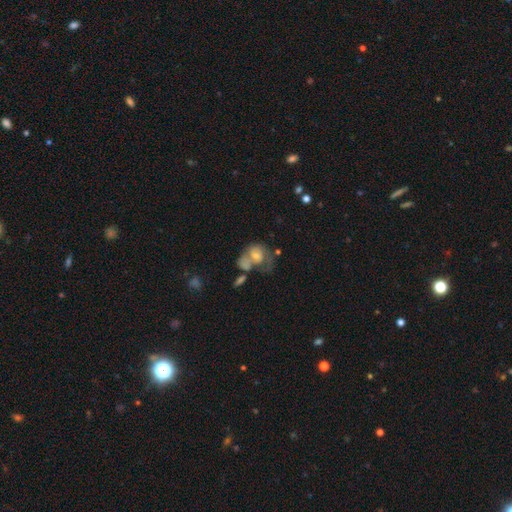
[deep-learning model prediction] A smooth galaxy with no disk features (46%). Merging: merger (38%).